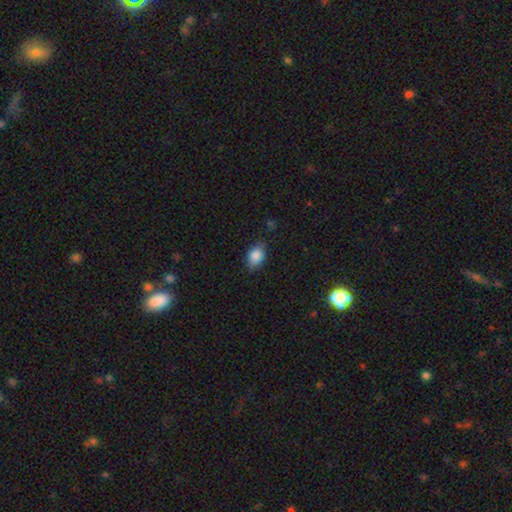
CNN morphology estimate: The model was most divided on "merging": none: 80%, minor disturbance: 16%, major disturbance: 3%, merger: 1%. More confident: smooth or featured — smooth (85%); how rounded — in between (82%).